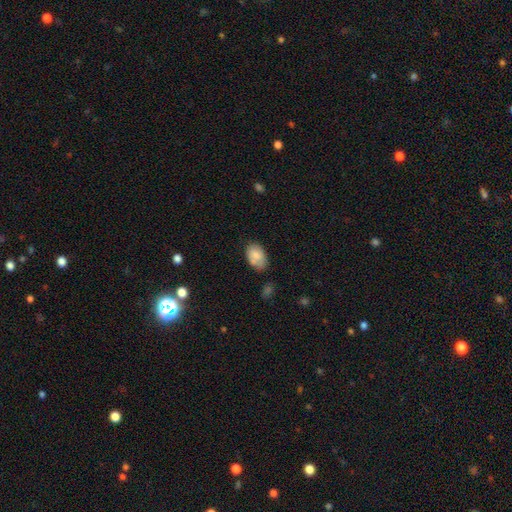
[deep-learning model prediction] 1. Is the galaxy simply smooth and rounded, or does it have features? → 77% smooth, 15% featured or disk, 8% star or artifact.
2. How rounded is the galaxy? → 89% in between, 10% round, 1% cigar-shaped.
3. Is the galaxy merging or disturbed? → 57% none, 28% minor disturbance, 8% merger, 7% major disturbance.